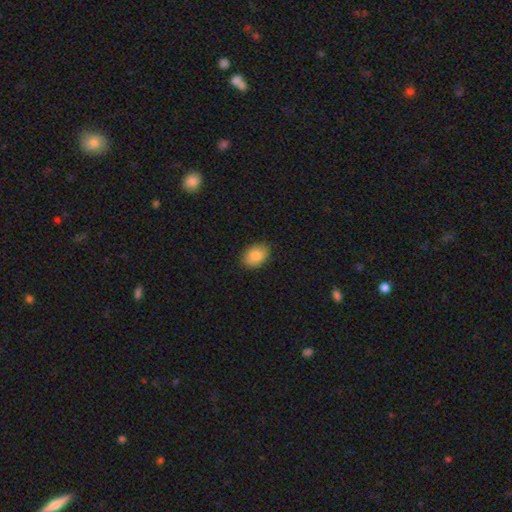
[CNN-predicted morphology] Overall: smooth (86%). How rounded: in between (82%). Merging: none (86%).